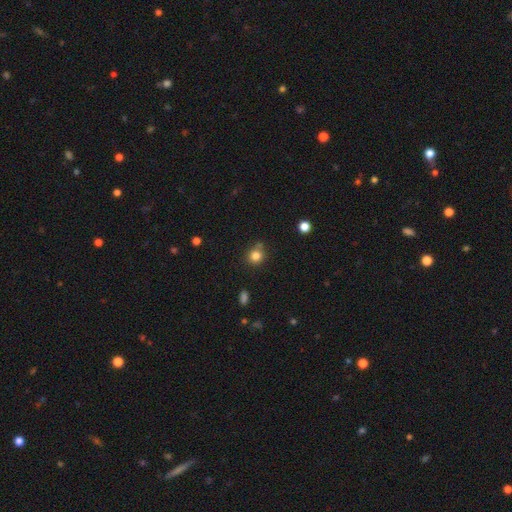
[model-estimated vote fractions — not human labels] Smooth or featured? Predicted: smooth (p=0.82). How rounded? Predicted: round (p=0.86). Merging? Predicted: none (p=0.73).